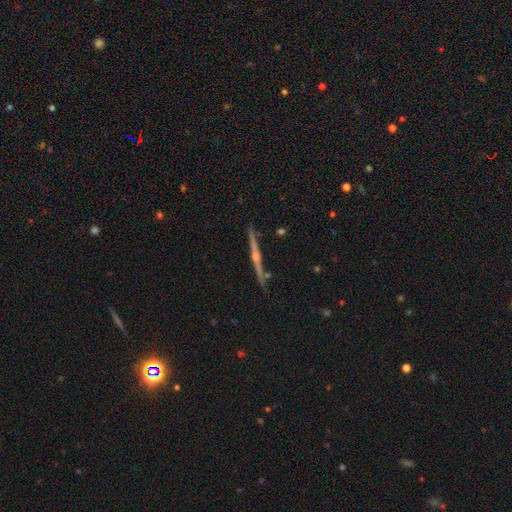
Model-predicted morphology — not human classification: Overall: featured or disk (82%). Edge-on disk: yes (98%). Edge-on bulge: rounded (75%). Merging: none (88%).